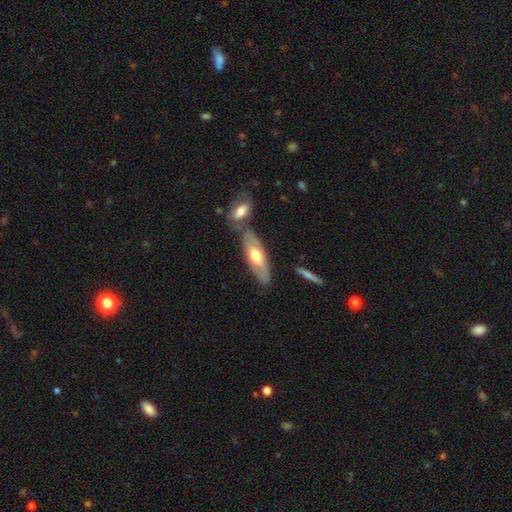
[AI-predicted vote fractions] Morphology: type=smooth (50%); merging=none (62%).